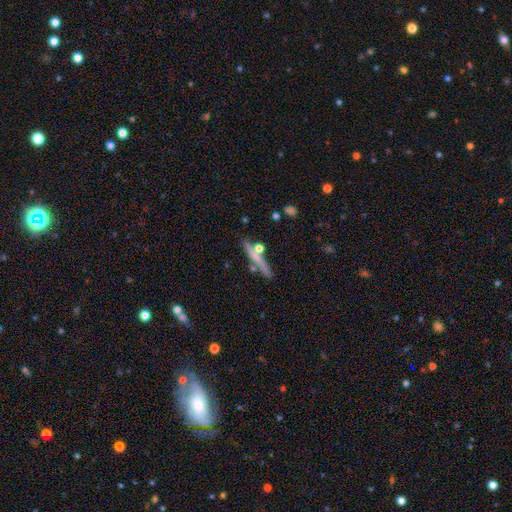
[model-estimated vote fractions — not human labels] featured or disk 49%, smooth 43%, star or artifact 8%. Down the decision tree: merging — none (73%).